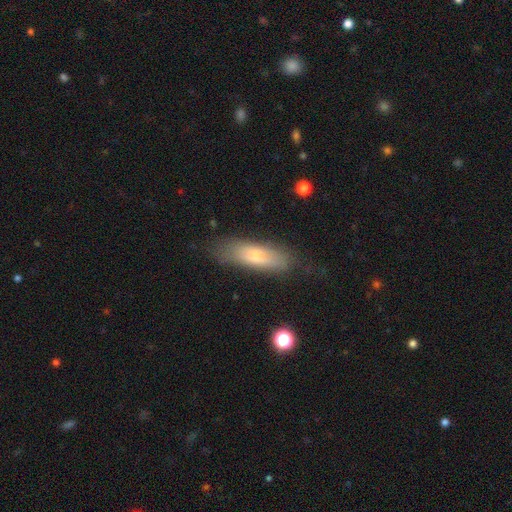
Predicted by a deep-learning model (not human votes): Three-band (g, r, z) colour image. It shows a smooth galaxy with no disk features (65%) that is cigar-shaped (53%). Merging: none (70%).